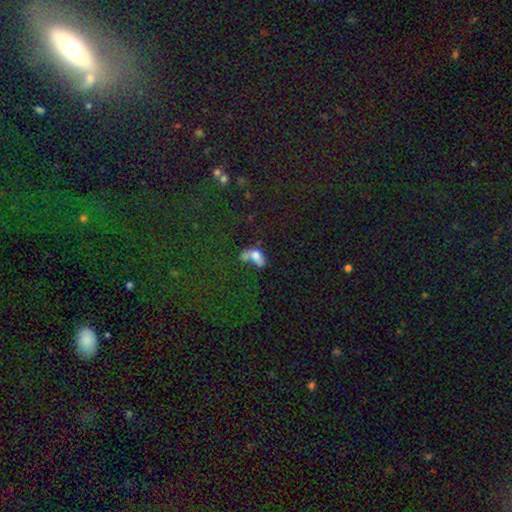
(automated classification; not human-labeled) A smooth galaxy with no disk features (61%) that is in between round and cigar-shaped (79%).

Vote fractions:
- Smooth or featured? smooth: 61% / featured or disk: 24% / star or artifact: 15%
- How rounded? in between: 79% / round: 14% / cigar-shaped: 7%
- Merging? merger: 41% / major disturbance: 24% / none: 19% / minor disturbance: 15%